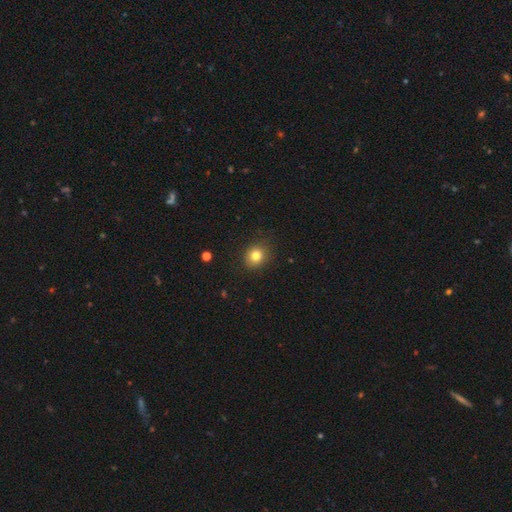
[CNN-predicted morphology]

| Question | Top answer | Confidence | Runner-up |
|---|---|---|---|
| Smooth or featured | smooth | 81% | star or artifact (11%) |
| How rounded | round | 73% | in between (27%) |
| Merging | none | 87% | minor disturbance (9%) |